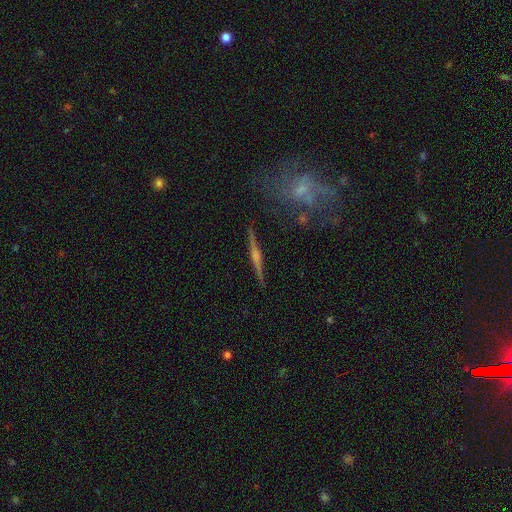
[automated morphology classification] Overall: featured or disk (76%). Edge-on disk: yes (97%). Edge-on bulge: rounded (74%). Merging: none (88%).